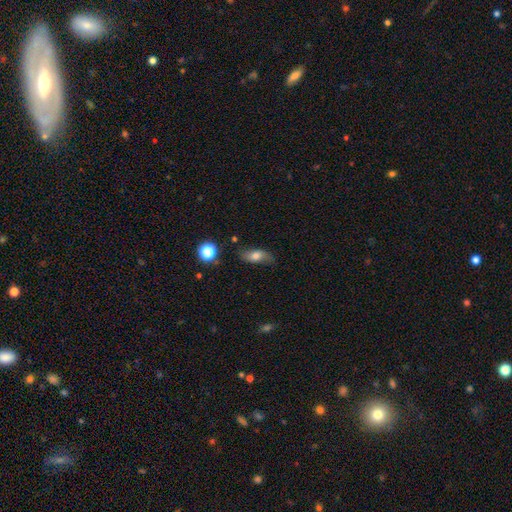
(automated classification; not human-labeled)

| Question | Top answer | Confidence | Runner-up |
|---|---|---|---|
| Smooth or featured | smooth | 65% | featured or disk (25%) |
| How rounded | in between | 78% | cigar-shaped (14%) |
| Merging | none | 71% | minor disturbance (21%) |